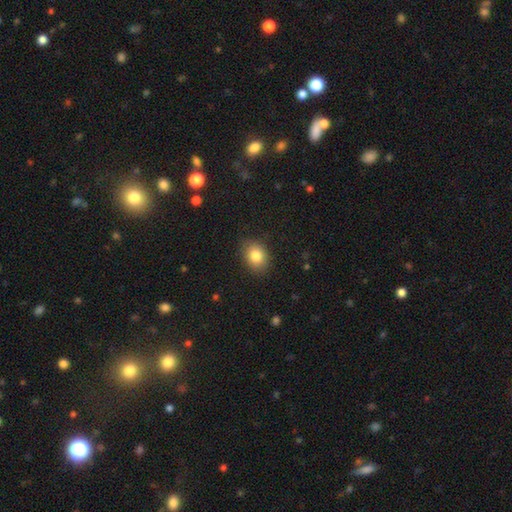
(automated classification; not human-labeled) smooth_or_featured: smooth (p=0.83) [alt: star or artifact p=0.09]
how_rounded: in between (p=0.63) [alt: round p=0.36]
merging: none (p=0.85) [alt: minor disturbance p=0.12]